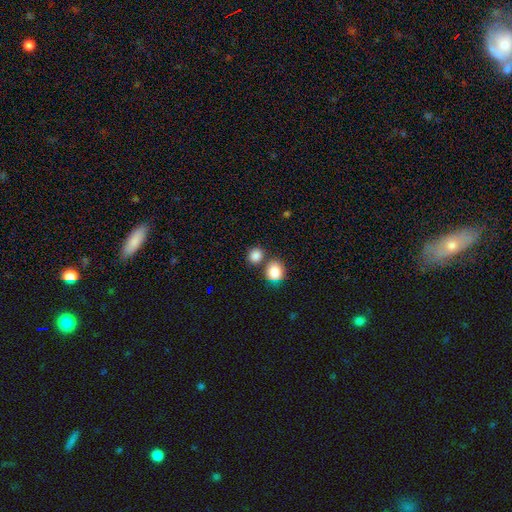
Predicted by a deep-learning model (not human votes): smooth-or-featured: smooth: 85% | star or artifact: 10% | featured or disk: 5%
  how-rounded: round: 70% | in between: 29% | cigar-shaped: 1%
  merging: none: 62% | merger: 25% | minor disturbance: 10% | major disturbance: 3%